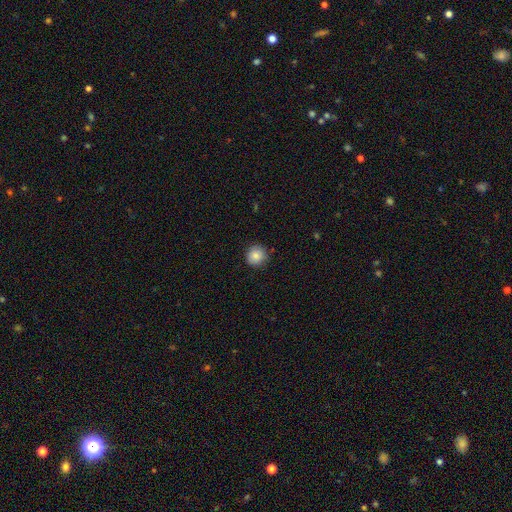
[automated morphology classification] smooth_or_featured: smooth (p=0.84) [alt: star or artifact p=0.09]
how_rounded: round (p=0.93) [alt: in between p=0.06]
merging: none (p=0.88) [alt: minor disturbance p=0.09]